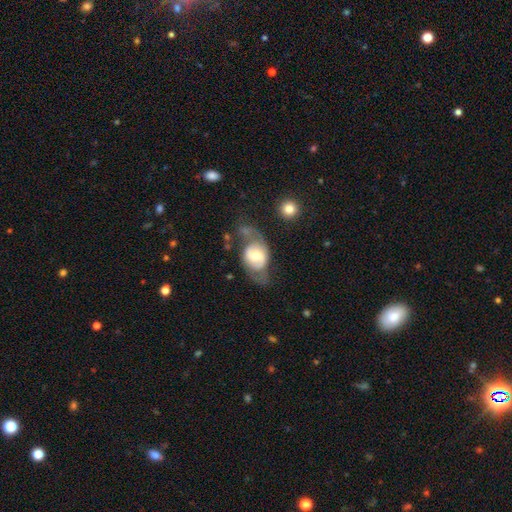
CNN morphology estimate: This is possibly a featured or disk galaxy (53%). It is clearly not viewed edge-on (90%). Merging: marginally none (43%).